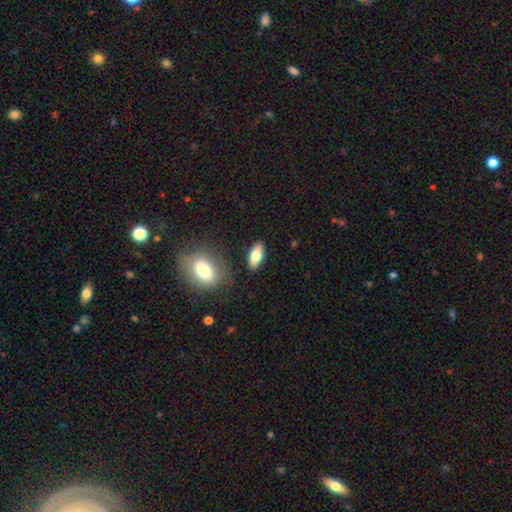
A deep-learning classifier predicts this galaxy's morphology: This appears to be a smooth galaxy with no disk features (76%) that is in between round and cigar-shaped (84%). Merging: none (84%).